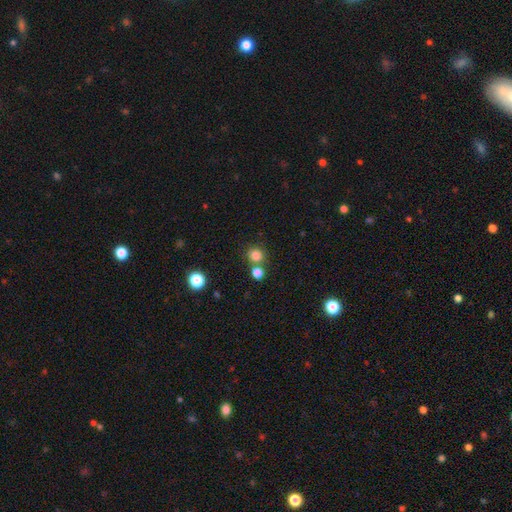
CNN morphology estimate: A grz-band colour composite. It shows a smooth galaxy with no disk features (81%) that is round (88%). Merging: none (70%).